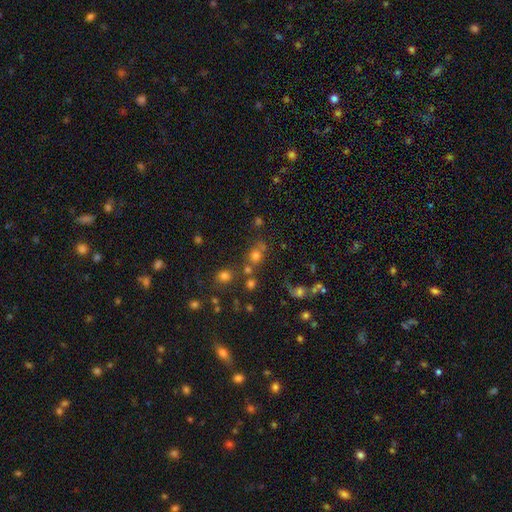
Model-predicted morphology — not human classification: smooth_or_featured: smooth (p=0.64) [alt: star or artifact p=0.23]
how_rounded: round (p=0.72) [alt: in between p=0.26]
merging: none (p=0.57) [alt: merger p=0.24]